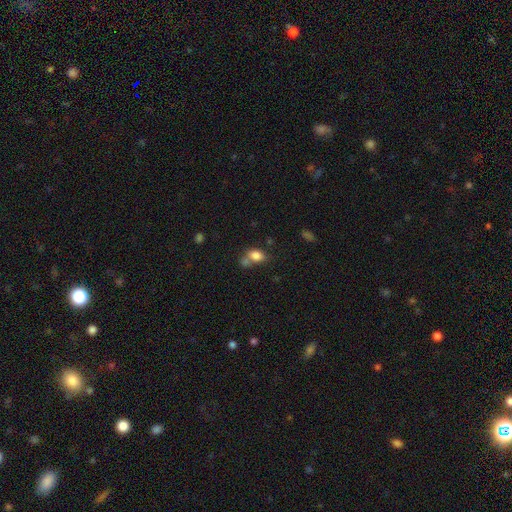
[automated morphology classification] This appears to be a smooth galaxy with no disk features (81%) that is in between round and cigar-shaped (75%). Merging: none (40%).